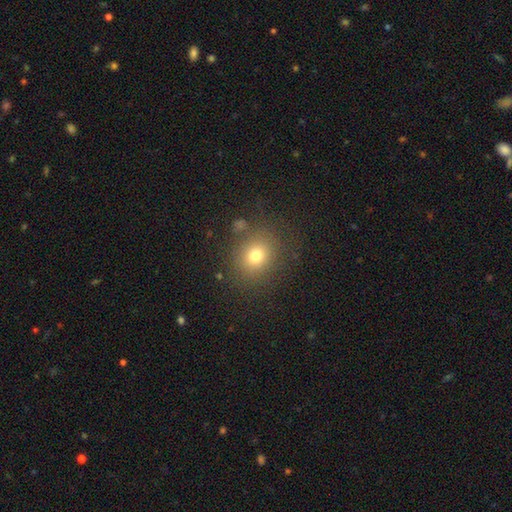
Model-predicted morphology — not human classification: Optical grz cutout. It shows a smooth galaxy with no disk features (75%) that is round (71%). Merging: none (81%).